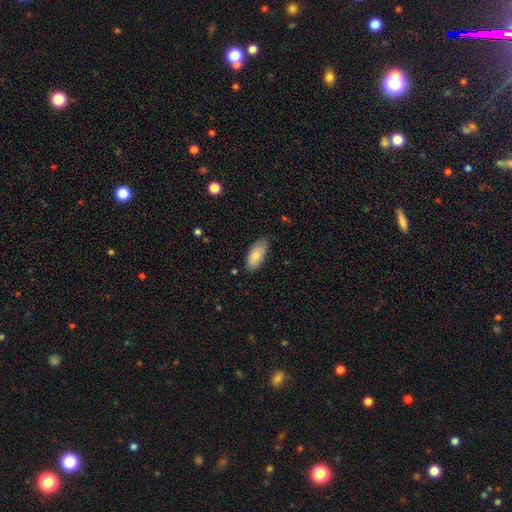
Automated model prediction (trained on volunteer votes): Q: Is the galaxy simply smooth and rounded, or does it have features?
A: smooth — 79%.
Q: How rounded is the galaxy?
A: in between — 90%.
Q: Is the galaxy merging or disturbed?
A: none — 79%.